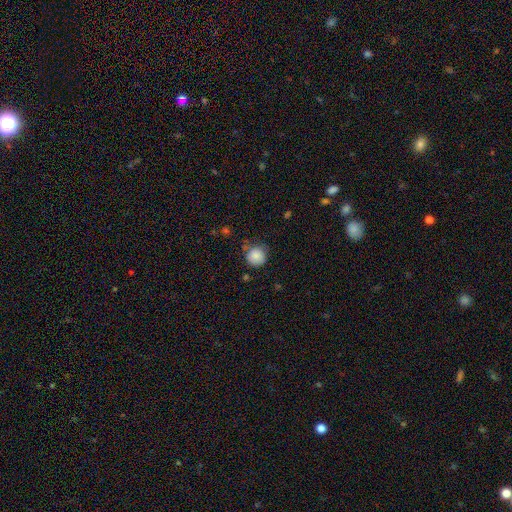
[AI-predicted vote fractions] Overall: smooth (85%). How rounded: round (92%). Merging: none (74%).